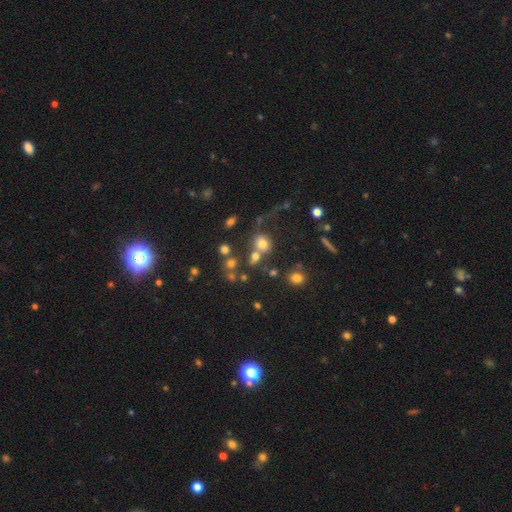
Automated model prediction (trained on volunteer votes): The model was most divided on "merging": none: 53%, merger: 28%, minor disturbance: 11%, major disturbance: 9%. More confident: how rounded — round (81%); smooth or featured — smooth (58%).